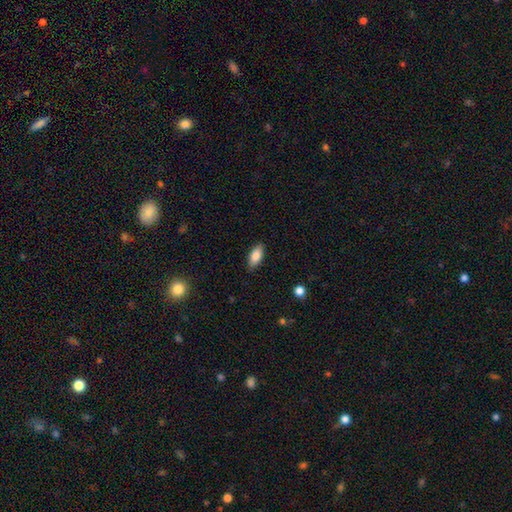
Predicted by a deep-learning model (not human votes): A smooth galaxy with no disk features (84%) that is in between round and cigar-shaped (88%). Merging: none (86%).